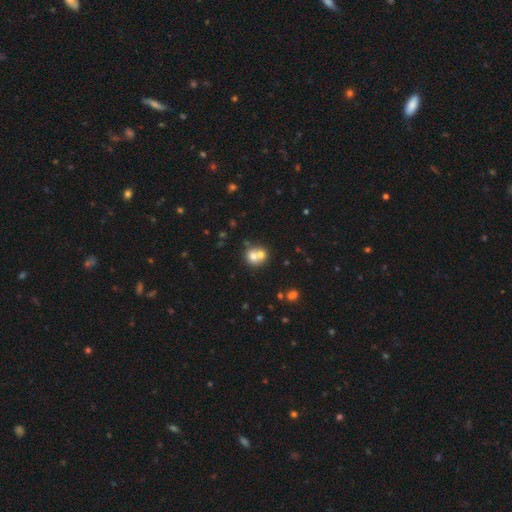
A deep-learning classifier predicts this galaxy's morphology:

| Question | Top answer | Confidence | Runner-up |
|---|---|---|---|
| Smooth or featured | smooth | 67% | featured or disk (22%) |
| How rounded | round | 79% | in between (20%) |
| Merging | merger | 60% | none (31%) |